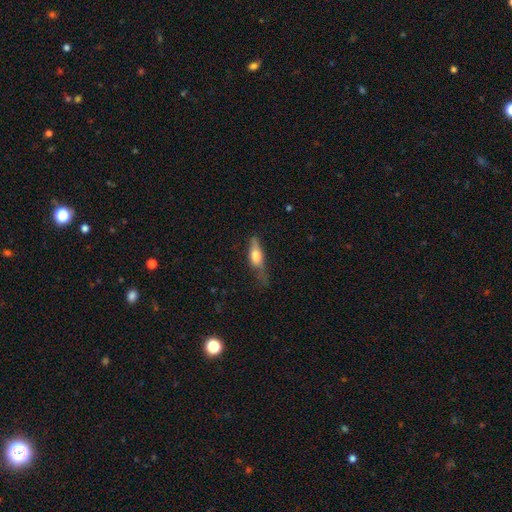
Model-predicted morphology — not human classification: smooth-or-featured: smooth: 58% | featured or disk: 35% | star or artifact: 7%
  how-rounded: in between: 55% | cigar-shaped: 41% | round: 5%
  merging: none: 40% | minor disturbance: 35% | major disturbance: 22% | merger: 3%